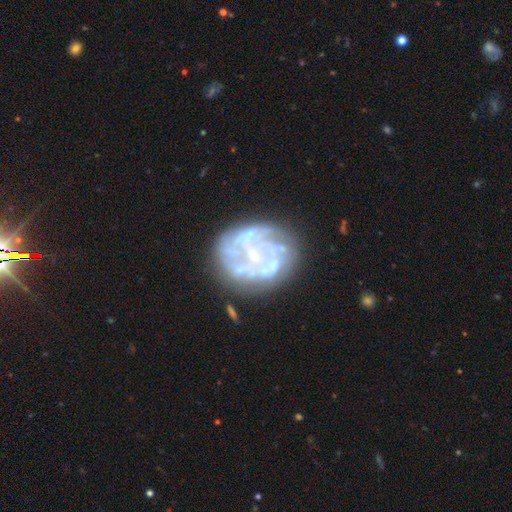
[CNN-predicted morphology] The model was most divided on "spiral arms": no: 53%, yes: 47%. More confident: edge-on disk — no (98%); smooth or featured — featured or disk (80%); bar — no (76%); merging — none (61%); bulge size — small (57%).